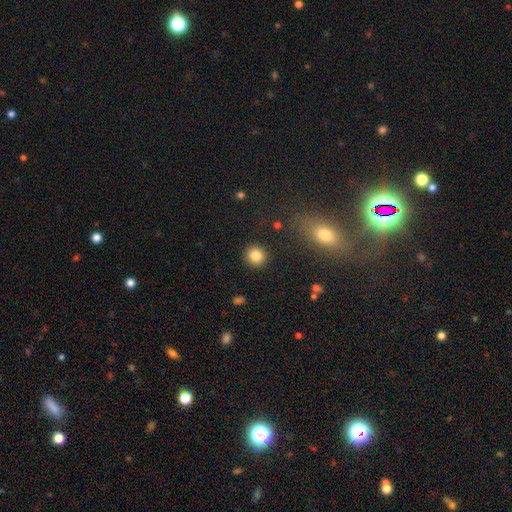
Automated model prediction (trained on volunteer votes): Smooth or featured: smooth — 84% (star or artifact — 10%)
How rounded: round — 92% (in between — 7%)
Merging: none — 91% (minor disturbance — 5%)